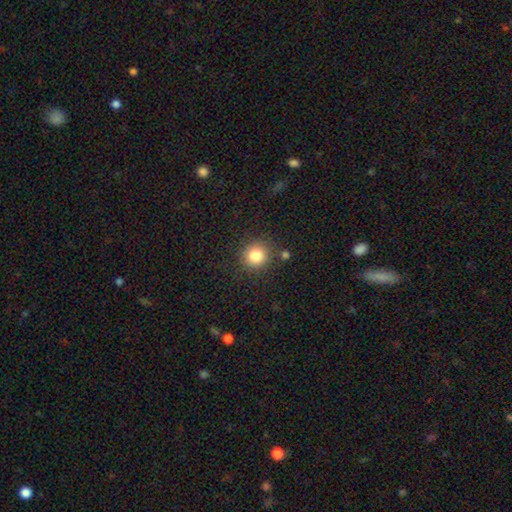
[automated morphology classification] Smooth or featured? smooth (83%)
How rounded? round (91%)
Merging? none (85%)